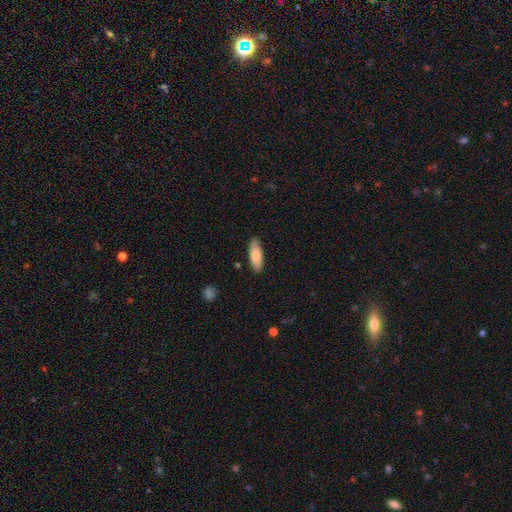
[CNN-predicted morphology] Overall: smooth (80%). How rounded: in between (64%; cigar-shaped 35%). Merging: none (84%).